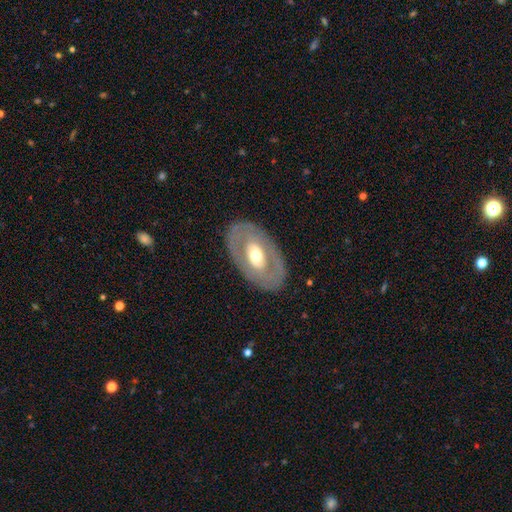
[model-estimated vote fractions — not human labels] A featured or disk galaxy (60%) with no bar (64%), no spiral arms (81%) and a moderate central bulge (64%).

Vote fractions:
- Smooth or featured? featured or disk: 60% / smooth: 35% / star or artifact: 5%
- Edge-on disk? no: 89% / yes: 11%
- Bar? no: 64% / weak: 23% / strong: 13%
- Spiral arms? no: 81% / yes: 19%
- Bulge size? moderate: 64% / small: 20% / large: 13% / dominant: 1% / none: 1%
- Merging? none: 83% / minor disturbance: 11% / major disturbance: 5% / merger: 1%